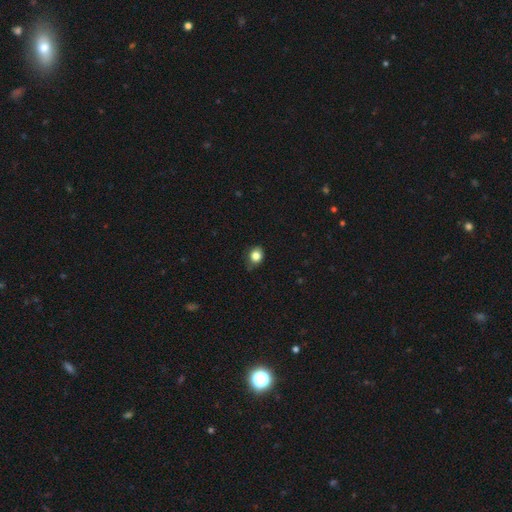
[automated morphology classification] The model was most divided on "how rounded": round: 60%, in between: 39%, cigar-shaped: 1%. More confident: smooth or featured — smooth (84%); merging — none (73%).